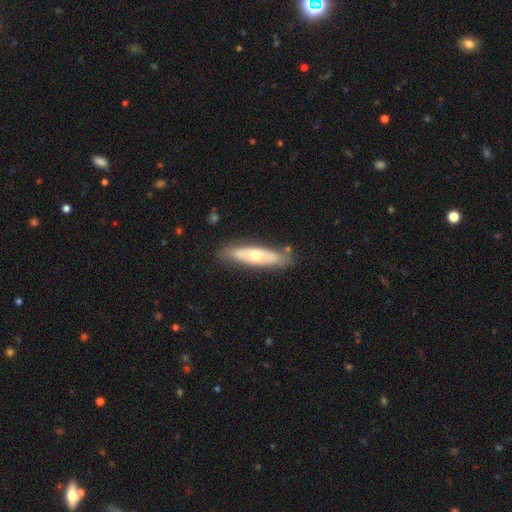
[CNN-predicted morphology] featured or disk 51%, smooth 44%, star or artifact 5%. Down the decision tree: edge-on disk — no (57%); merging — none (80%).